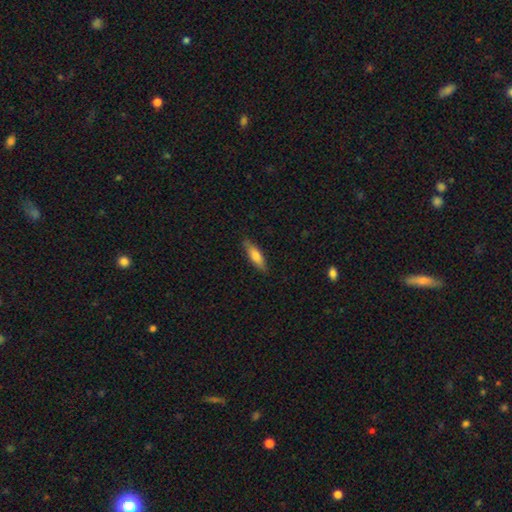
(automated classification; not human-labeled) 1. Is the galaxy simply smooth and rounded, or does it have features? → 74% smooth, 21% featured or disk, 6% star or artifact.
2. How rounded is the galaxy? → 60% cigar-shaped, 38% in between, 2% round.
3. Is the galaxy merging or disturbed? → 85% none, 12% minor disturbance, 2% major disturbance, 1% merger.